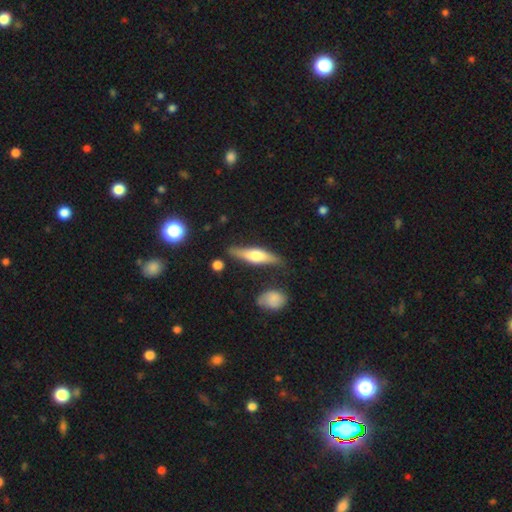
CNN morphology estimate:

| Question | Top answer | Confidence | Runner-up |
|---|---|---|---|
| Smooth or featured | featured or disk | 50% | smooth (44%) |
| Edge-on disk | yes | 91% | no (9%) |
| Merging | none | 79% | minor disturbance (14%) |